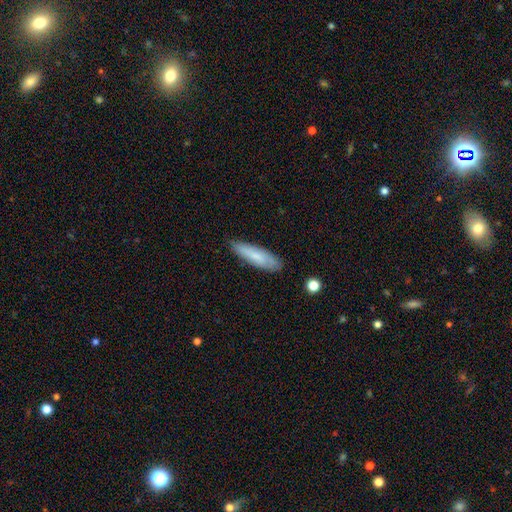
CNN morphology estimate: smooth-or-featured: smooth: 75% | featured or disk: 19% | star or artifact: 6%
  how-rounded: cigar-shaped: 67% | in between: 32% | round: 1%
  merging: none: 81% | minor disturbance: 15% | major disturbance: 2% | merger: 1%